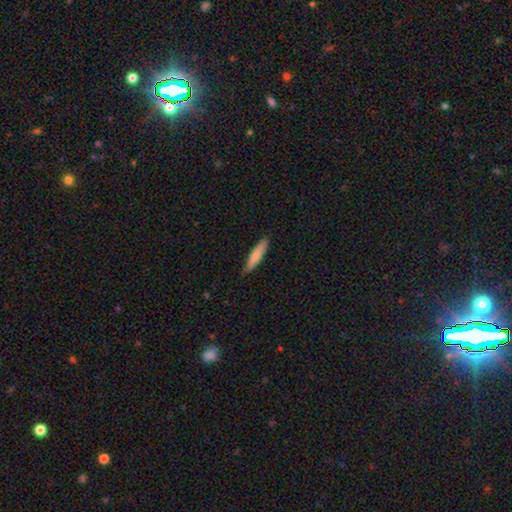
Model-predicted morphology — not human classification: Smooth or featured: smooth — 76% (featured or disk — 19%)
How rounded: cigar-shaped — 84% (in between — 15%)
Merging: none — 83% (minor disturbance — 14%)